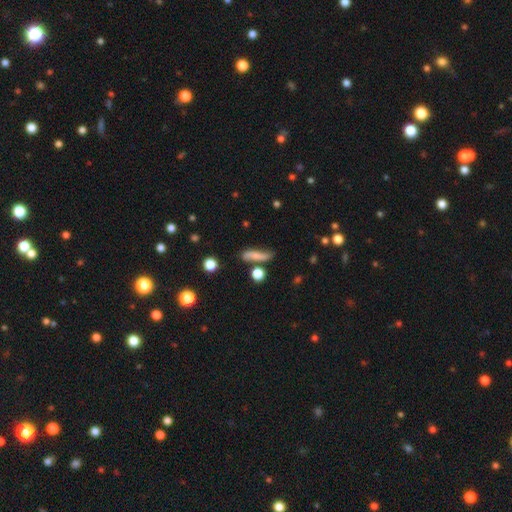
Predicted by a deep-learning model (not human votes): This is likely a smooth galaxy (62%). How rounded: likely cigar-shaped (66%). Merging: likely none (64%).